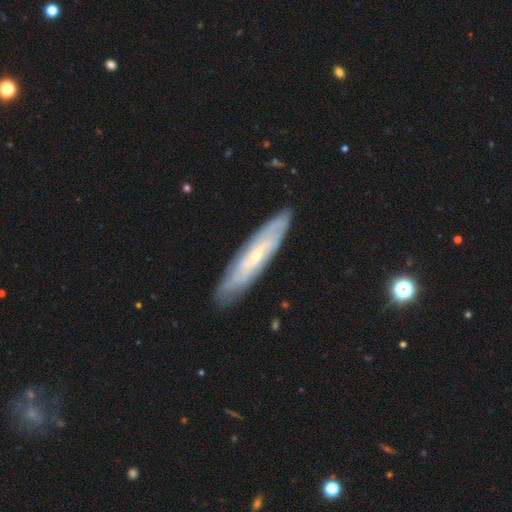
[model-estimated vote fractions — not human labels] This is likely a featured or disk galaxy (69%). It is possibly not viewed edge-on (60%). Merging: clearly none (85%).